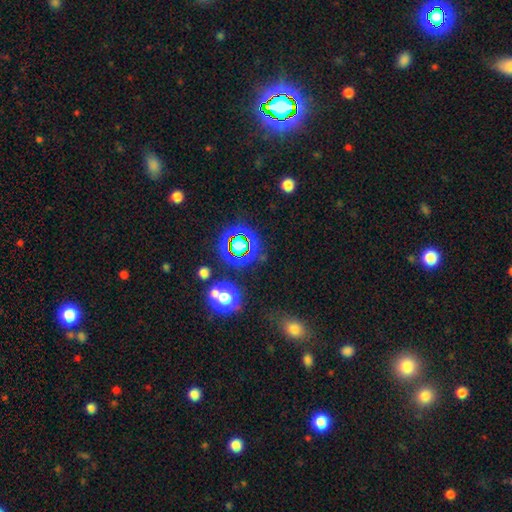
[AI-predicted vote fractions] Smooth or featured?
  - star or artifact: 65% *
  - smooth: 27%
  - featured or disk: 8%